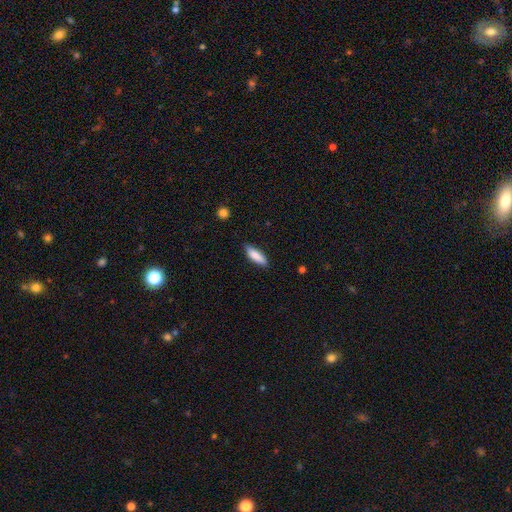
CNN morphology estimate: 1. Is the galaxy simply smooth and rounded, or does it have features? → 86% smooth, 8% featured or disk, 6% star or artifact.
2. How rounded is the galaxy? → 53% in between, 46% cigar-shaped, 2% round.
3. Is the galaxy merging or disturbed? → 83% none, 13% minor disturbance, 2% major disturbance, 1% merger.